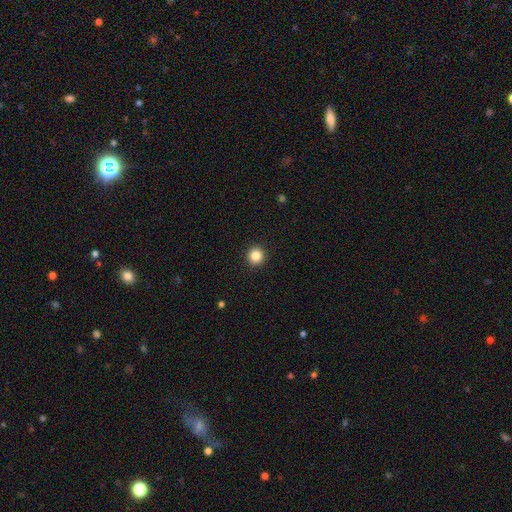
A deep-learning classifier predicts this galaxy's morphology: A smooth galaxy with no disk features (86%) that is round (94%). Merging: none (93%).